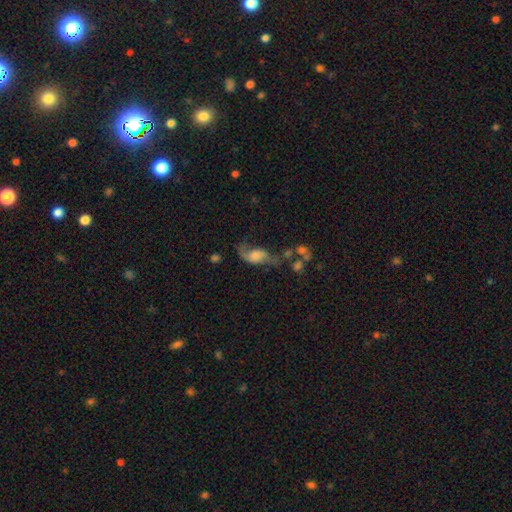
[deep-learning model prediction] Smooth or featured? Predicted: featured or disk (p=0.52). Edge-on disk? Predicted: no (p=0.93). Merging? Predicted: major disturbance (p=0.36).